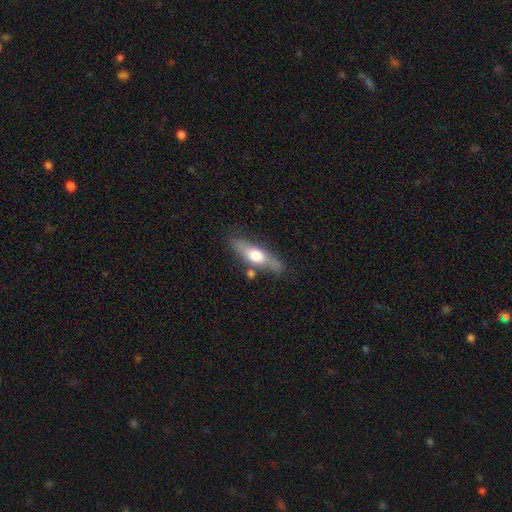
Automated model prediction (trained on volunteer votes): Overall: smooth (53%; featured or disk 42%). How rounded: cigar-shaped (57%; in between 40%). Merging: none (68%).